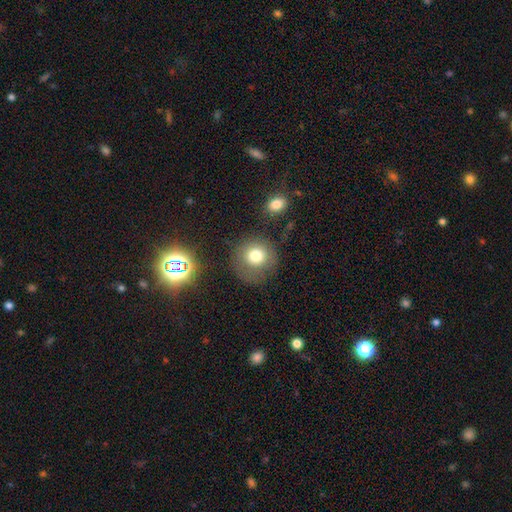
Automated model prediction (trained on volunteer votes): A smooth galaxy with no disk features (75%) that is round (89%).

Vote fractions:
- Smooth or featured? smooth: 75% / star or artifact: 13% / featured or disk: 12%
- How rounded? round: 89% / in between: 10% / cigar-shaped: 1%
- Merging? none: 68% / minor disturbance: 17% / major disturbance: 10% / merger: 4%